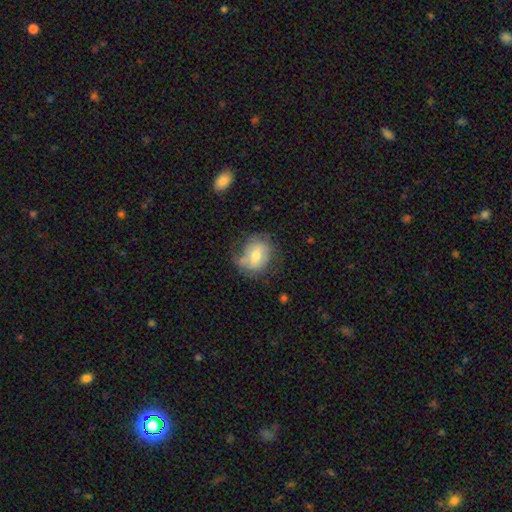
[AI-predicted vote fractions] smooth_or_featured: smooth (p=0.55) [alt: featured or disk p=0.37]
how_rounded: in between (p=0.59) [alt: round p=0.40]
merging: none (p=0.53) [alt: minor disturbance p=0.29]